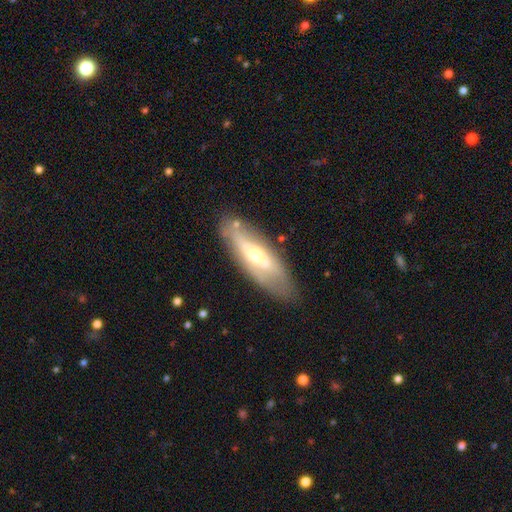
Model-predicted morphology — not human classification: smooth-or-featured: featured or disk: 62% | smooth: 30% | star or artifact: 8%
  disk-edge-on: no: 62% | yes: 38%
  merging: none: 79% | minor disturbance: 15% | major disturbance: 4% | merger: 2%